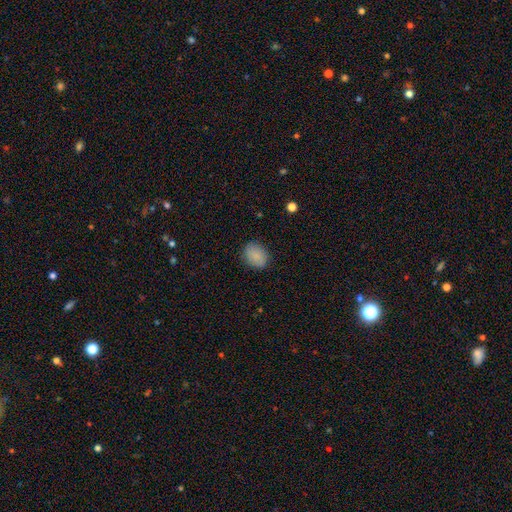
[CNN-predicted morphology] This is clearly a smooth galaxy (87%). How rounded: possibly in between (53%). Merging: clearly none (86%).